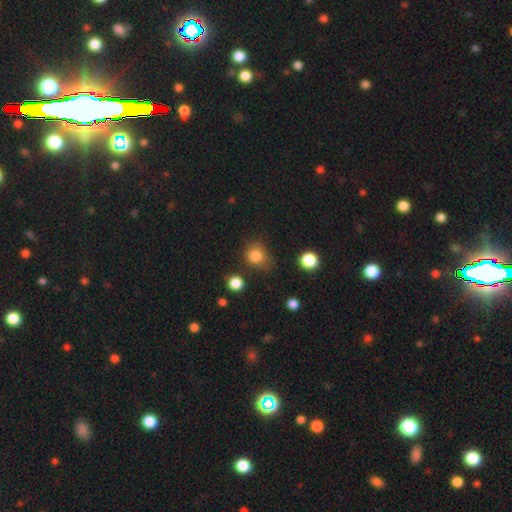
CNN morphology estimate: Smooth or featured? smooth (82%)
How rounded? round (69%)
Merging? none (61%)